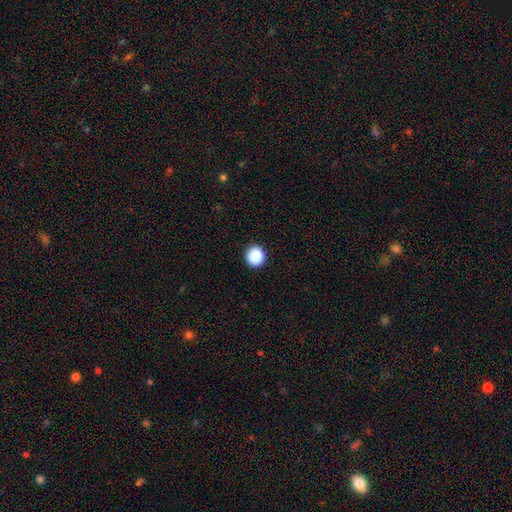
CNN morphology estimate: A smooth galaxy with no disk features (86%) that is round (93%). Merging: none (88%).